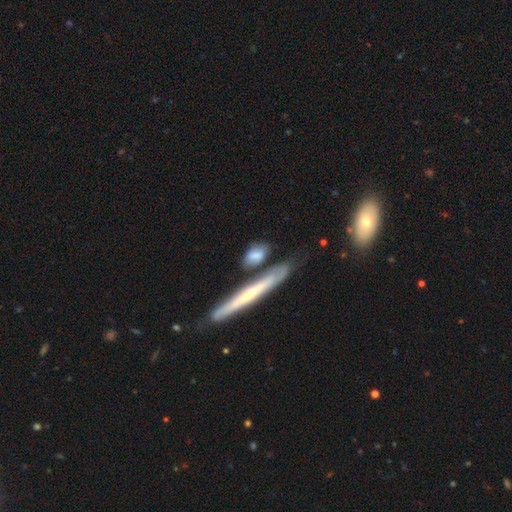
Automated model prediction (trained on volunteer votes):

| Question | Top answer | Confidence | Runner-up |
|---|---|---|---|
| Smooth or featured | smooth | 70% | featured or disk (24%) |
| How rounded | in between | 53% | cigar-shaped (38%) |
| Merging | none | 56% | minor disturbance (20%) |